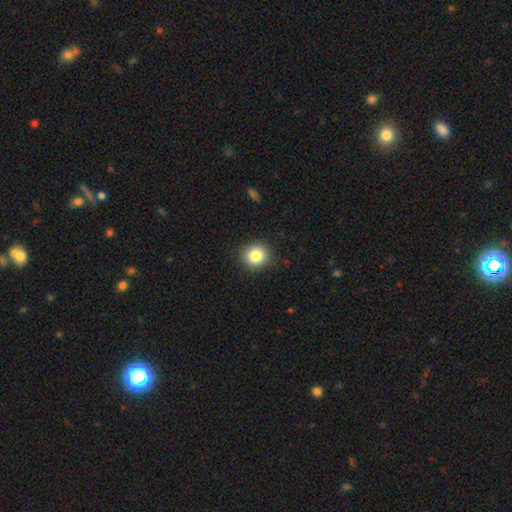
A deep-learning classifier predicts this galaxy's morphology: Overall: smooth (84%). How rounded: round (87%). Merging: none (89%).